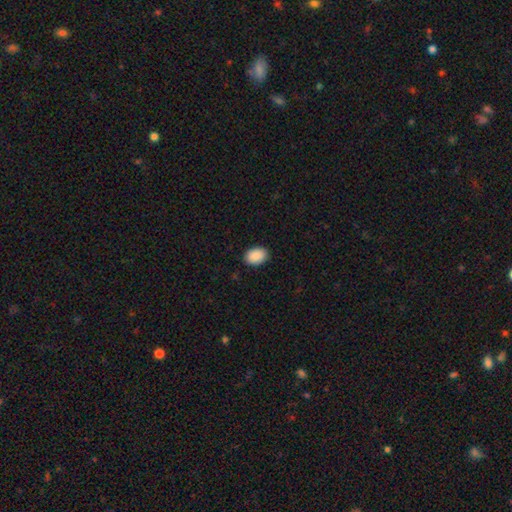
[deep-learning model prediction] The model was most divided on "how rounded": in between: 82%, round: 17%, cigar-shaped: 1%. More confident: smooth or featured — smooth (91%); merging — none (89%).